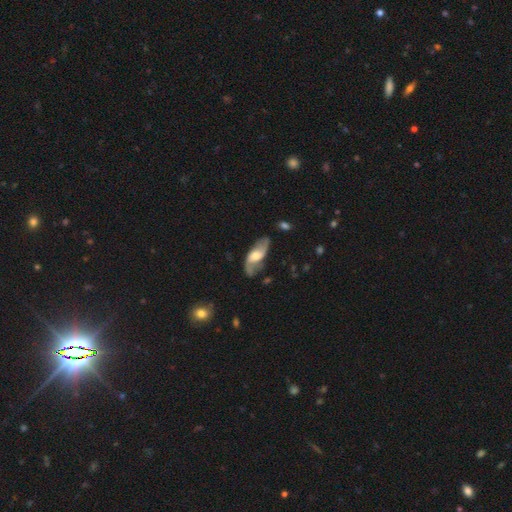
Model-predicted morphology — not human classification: Overall: featured or disk (65%; smooth 29%). Edge-on disk: no (88%). Bar: no (48%; weak 40%). Spiral arms: yes (87%). Bulge size: moderate (52%; large 23%). Merging: none (65%).